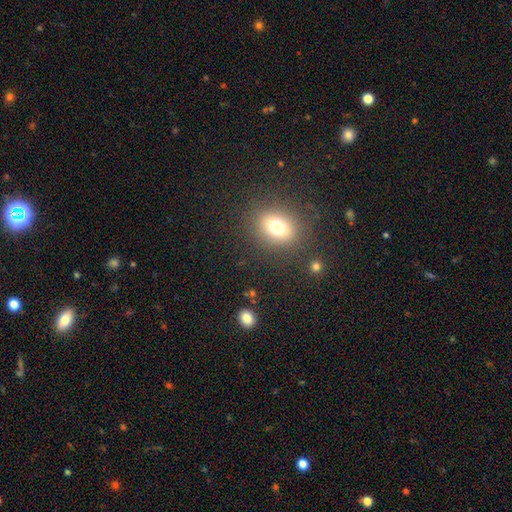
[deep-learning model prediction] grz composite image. It shows a smooth galaxy with no disk features (67%) that is round (52%). Merging: none (89%).